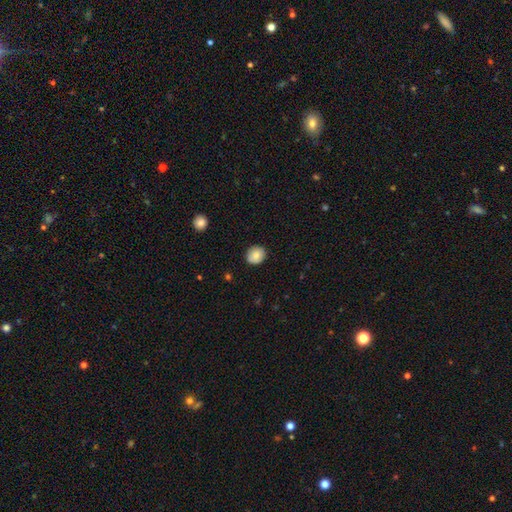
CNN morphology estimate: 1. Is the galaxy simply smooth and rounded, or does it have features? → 85% smooth, 8% star or artifact, 7% featured or disk.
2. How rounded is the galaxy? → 75% round, 24% in between, 1% cigar-shaped.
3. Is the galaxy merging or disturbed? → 87% none, 10% minor disturbance, 2% major disturbance, 1% merger.